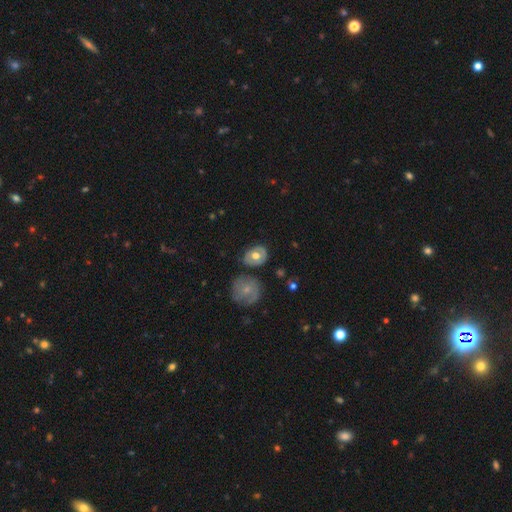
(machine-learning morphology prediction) A smooth galaxy with no disk features (56%) that is in between round and cigar-shaped (50%). Merging: none (75%).